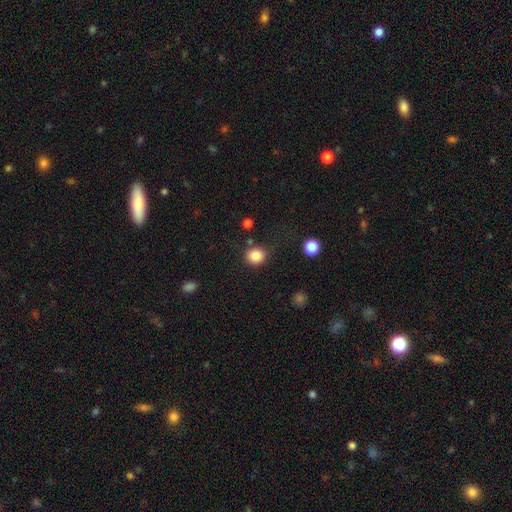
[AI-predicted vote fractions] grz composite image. It shows a smooth galaxy with no disk features (85%) that is round (81%). Merging: none (81%).